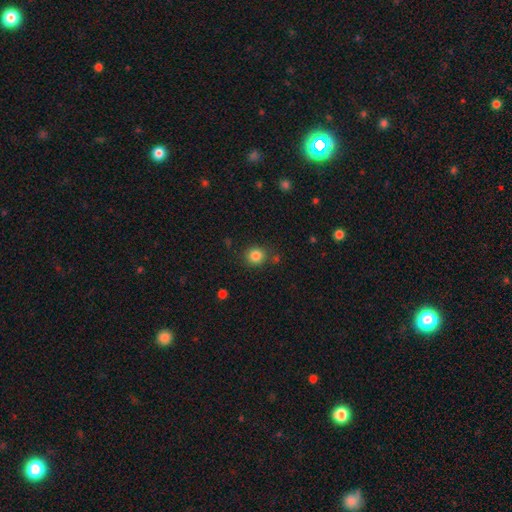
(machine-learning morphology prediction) The model was most divided on "merging": none: 82%, minor disturbance: 10%, merger: 5%, major disturbance: 3%. More confident: how rounded — round (87%); smooth or featured — smooth (84%).